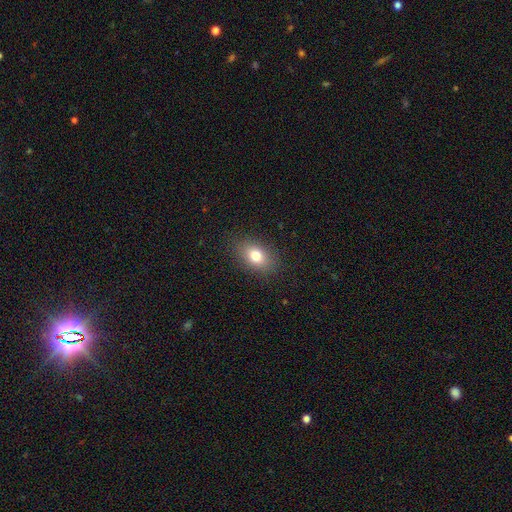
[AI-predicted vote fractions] Smooth or featured?
  - smooth: 78% *
  - featured or disk: 11%
  - star or artifact: 11%
How rounded?
  - in between: 77% *
  - round: 21%
  - cigar-shaped: 2%
Merging?
  - none: 86% *
  - minor disturbance: 10%
  - major disturbance: 3%
  - merger: 1%